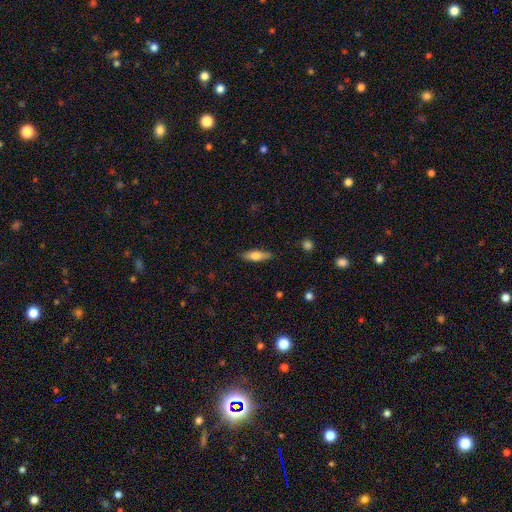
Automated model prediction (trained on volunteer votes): Smooth or featured?
  - smooth: 66% *
  - featured or disk: 27%
  - star or artifact: 6%
How rounded?
  - cigar-shaped: 56% *
  - in between: 42%
  - round: 2%
Merging?
  - none: 86% *
  - minor disturbance: 11%
  - major disturbance: 2%
  - merger: 1%